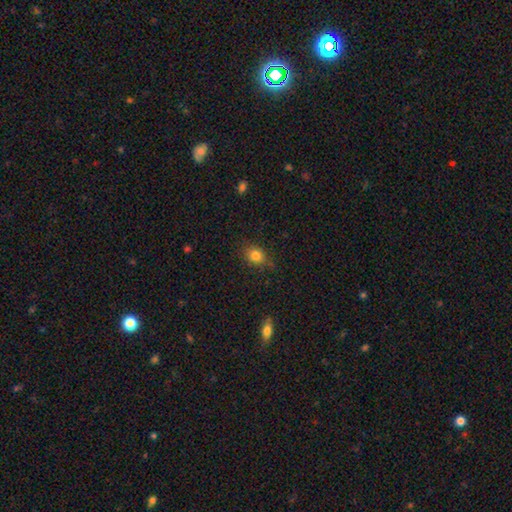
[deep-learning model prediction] This appears to be a smooth galaxy with no disk features (82%) that is round (61%). Merging: none (78%).